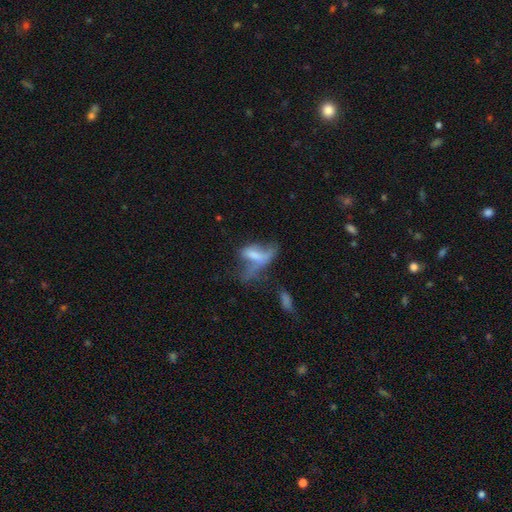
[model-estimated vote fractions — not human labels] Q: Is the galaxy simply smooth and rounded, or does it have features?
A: smooth — 46%.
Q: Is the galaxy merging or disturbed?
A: major disturbance — 44%.